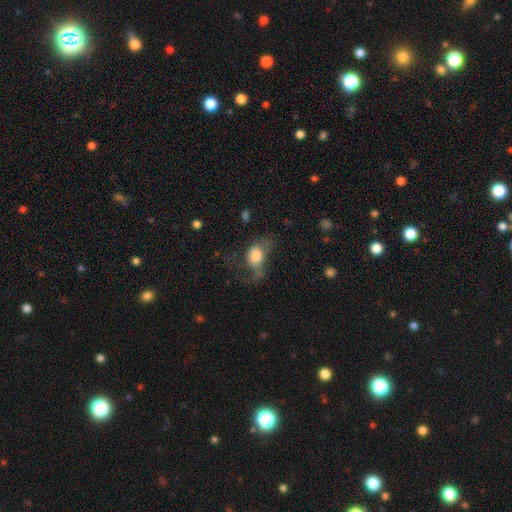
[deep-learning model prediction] Q: Smooth or featured?
A: smooth (63%); runner-up: featured or disk (29%)
Q: How rounded?
A: in between (66%); runner-up: round (31%)
Q: Merging?
A: major disturbance (48%); runner-up: none (27%)